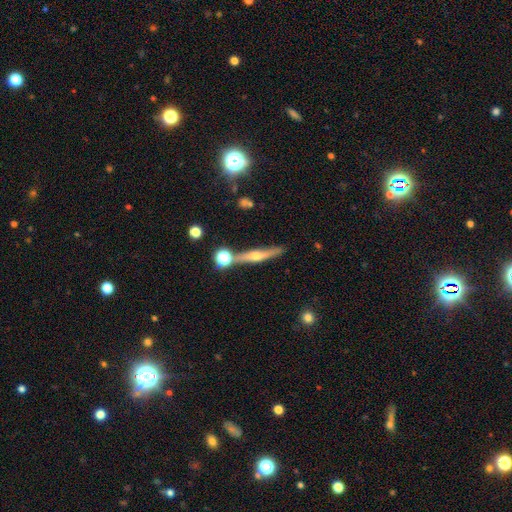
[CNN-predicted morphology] smooth_or_featured: featured or disk (p=0.69) [alt: smooth p=0.21]
disk_edge_on: yes (p=0.95) [alt: no p=0.05]
edge_on_bulge: rounded (p=0.89) [alt: none p=0.07]
merging: none (p=0.79) [alt: minor disturbance p=0.10]